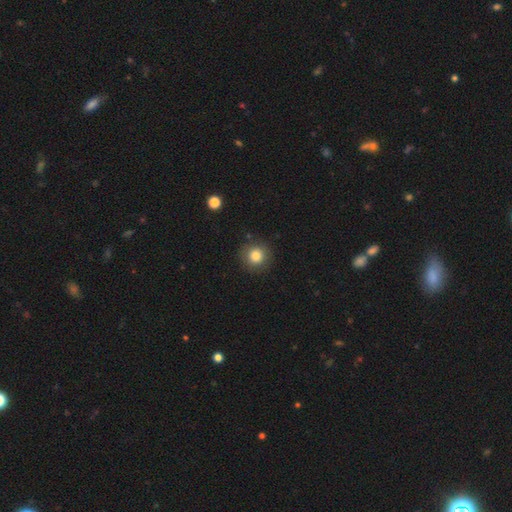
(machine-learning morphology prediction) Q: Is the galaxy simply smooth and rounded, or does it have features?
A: smooth — 81%.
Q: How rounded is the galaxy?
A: round — 93%.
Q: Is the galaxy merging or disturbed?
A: none — 88%.